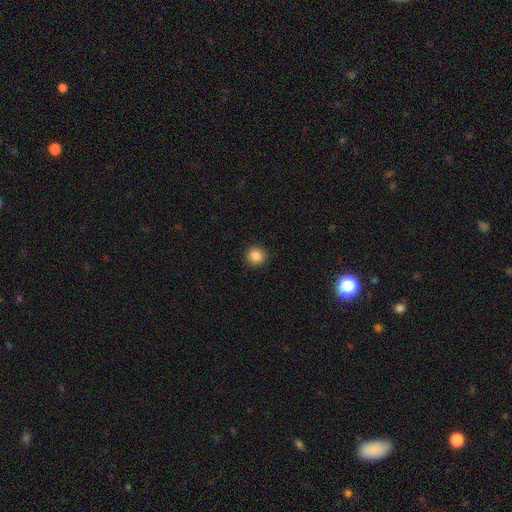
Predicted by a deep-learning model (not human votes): Morphology: type=smooth (85%); roundness=round (94%); merging=none (92%).